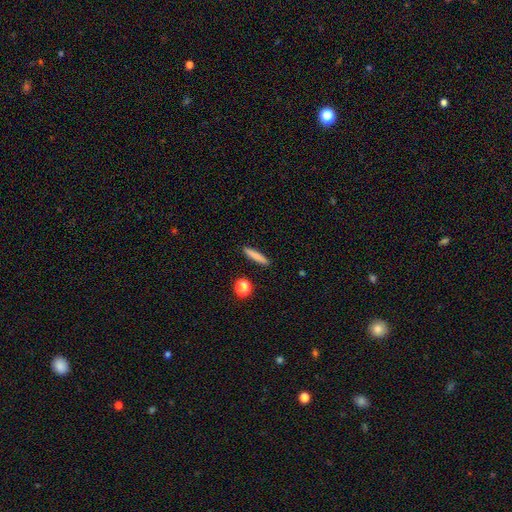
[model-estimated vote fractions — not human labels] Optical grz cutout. It shows a smooth galaxy with no disk features (81%) that is cigar-shaped (90%). Merging: none (91%).